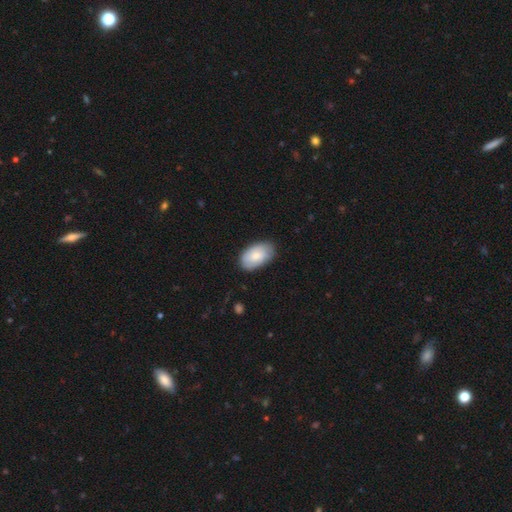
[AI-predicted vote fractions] Smooth or featured: smooth — 72% (featured or disk — 22%)
How rounded: in between — 93% (round — 6%)
Merging: none — 79% (minor disturbance — 17%)